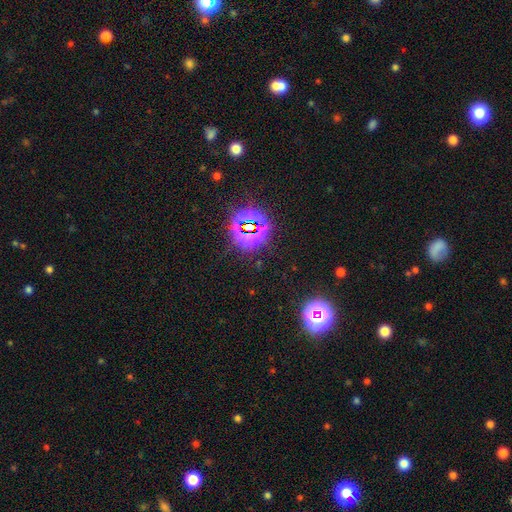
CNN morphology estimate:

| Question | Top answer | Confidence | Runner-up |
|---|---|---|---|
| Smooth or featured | star or artifact | 80% | smooth (13%) |